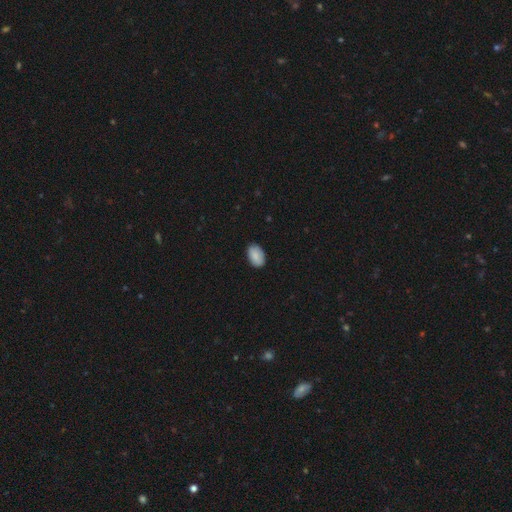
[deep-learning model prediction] Q: Smooth or featured?
A: smooth (88%); runner-up: star or artifact (7%)
Q: How rounded?
A: in between (90%); runner-up: round (9%)
Q: Merging?
A: none (86%); runner-up: minor disturbance (11%)